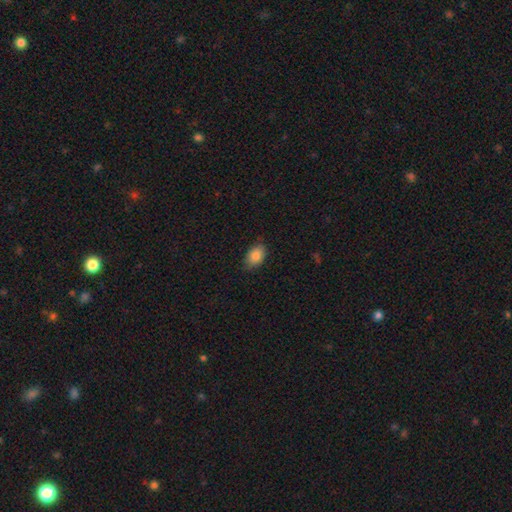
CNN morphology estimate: A smooth galaxy with no disk features (86%) that is in between round and cigar-shaped (86%).

Vote fractions:
- Smooth or featured? smooth: 86% / star or artifact: 8% / featured or disk: 7%
- How rounded? in between: 86% / round: 12% / cigar-shaped: 1%
- Merging? none: 81% / minor disturbance: 15% / major disturbance: 3% / merger: 1%